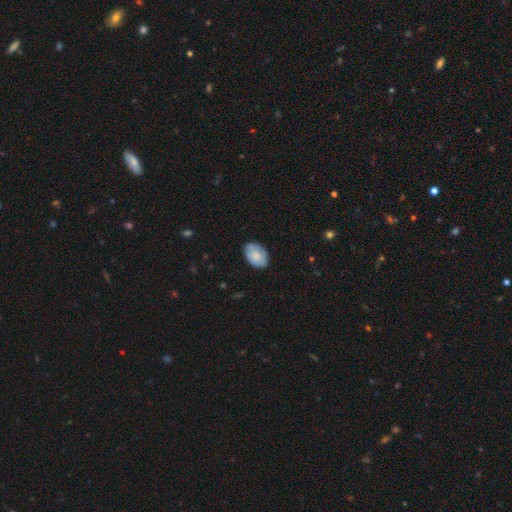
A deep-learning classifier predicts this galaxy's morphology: A smooth galaxy with no disk features (74%) that is in between round and cigar-shaped (87%). Merging: none (79%).